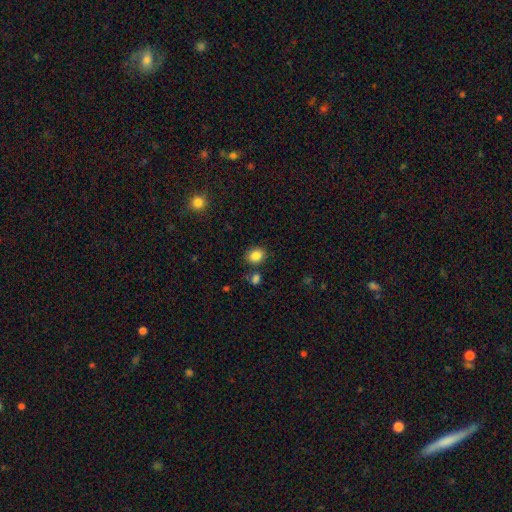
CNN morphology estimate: Smooth or featured? Predicted: smooth (p=0.85). How rounded? Predicted: round (p=0.53). Merging? Predicted: none (p=0.80).